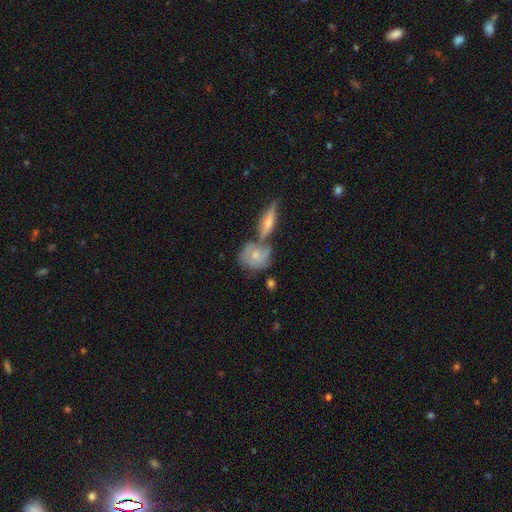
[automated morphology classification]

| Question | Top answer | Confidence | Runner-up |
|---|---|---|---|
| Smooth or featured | featured or disk | 48% | smooth (45%) |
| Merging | merger | 42% | none (37%) |